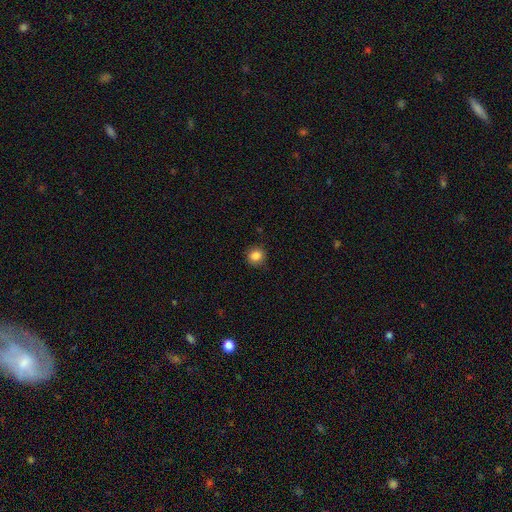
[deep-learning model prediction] smooth_or_featured: smooth (p=0.85) [alt: star or artifact p=0.11]
how_rounded: round (p=0.85) [alt: in between p=0.14]
merging: none (p=0.86) [alt: minor disturbance p=0.11]